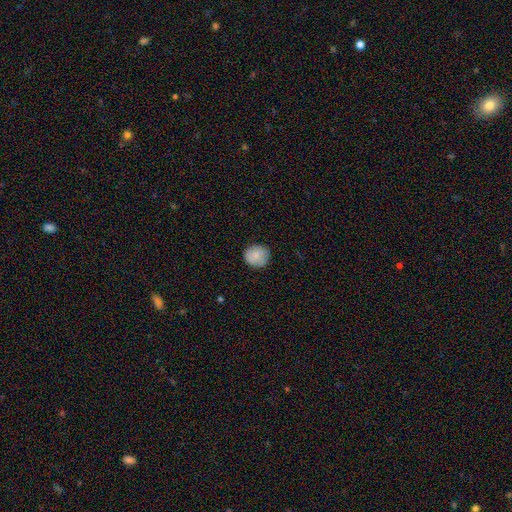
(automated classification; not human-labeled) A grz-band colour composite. It shows a smooth galaxy with no disk features (82%) that is round (88%). Merging: none (86%).